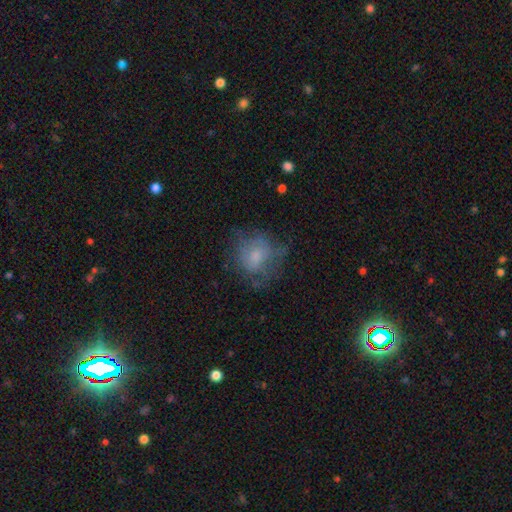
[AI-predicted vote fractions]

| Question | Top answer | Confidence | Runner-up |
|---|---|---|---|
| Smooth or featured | smooth | 60% | featured or disk (29%) |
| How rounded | round | 71% | in between (28%) |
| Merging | none | 51% | minor disturbance (25%) |